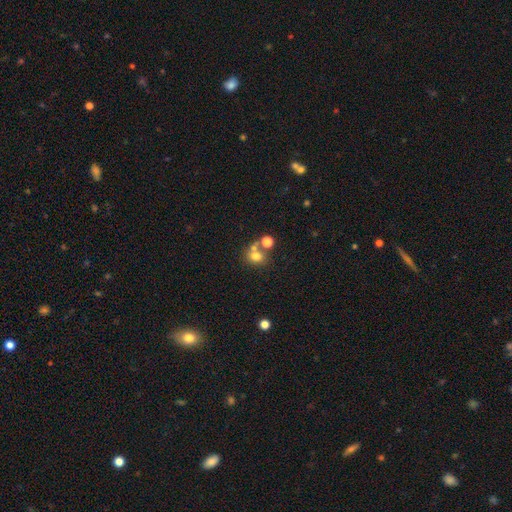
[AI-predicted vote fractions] The model was most divided on "merging": none: 48%, merger: 37%, minor disturbance: 10%, major disturbance: 5%. More confident: smooth or featured — smooth (72%); how rounded — round (63%).